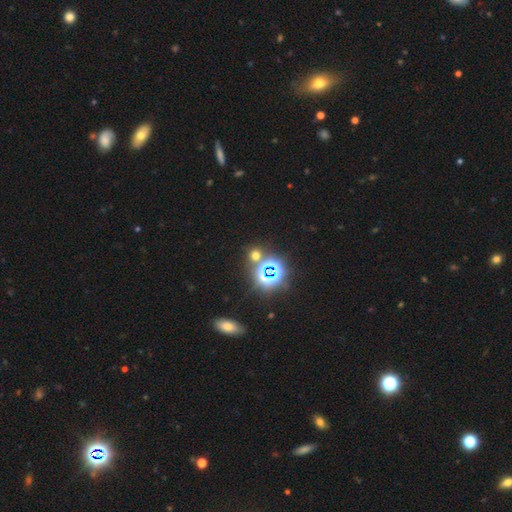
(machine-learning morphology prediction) Smooth or featured? Predicted: star or artifact (p=0.48).